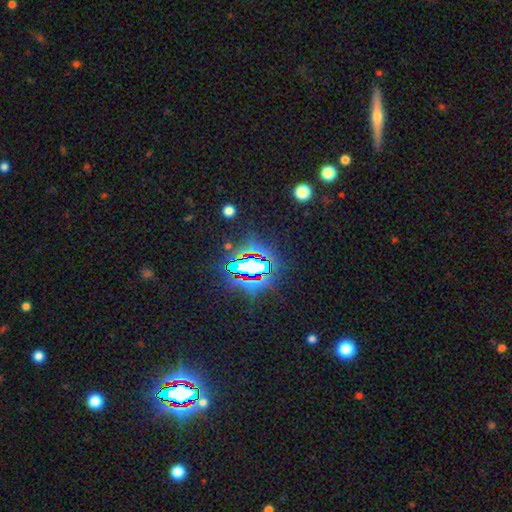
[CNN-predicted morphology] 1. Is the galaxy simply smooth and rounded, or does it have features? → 81% star or artifact, 10% smooth, 8% featured or disk.